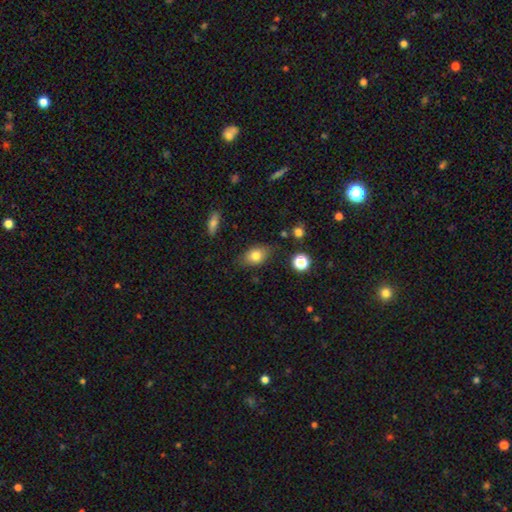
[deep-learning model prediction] Smooth or featured? smooth (78%)
How rounded? in between (78%)
Merging? none (73%)